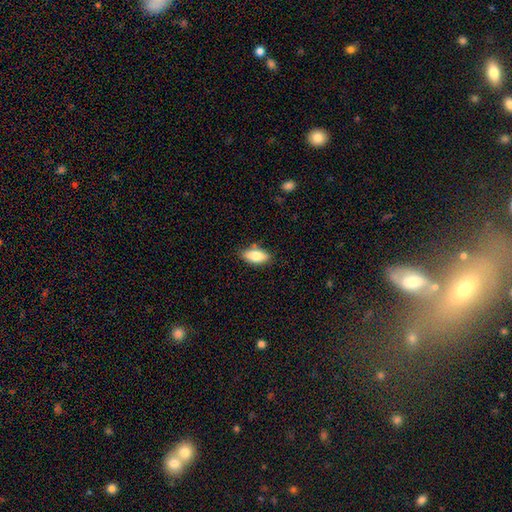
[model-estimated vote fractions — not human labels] This is clearly a smooth galaxy (81%). How rounded: clearly in between (88%). Merging: clearly none (80%).